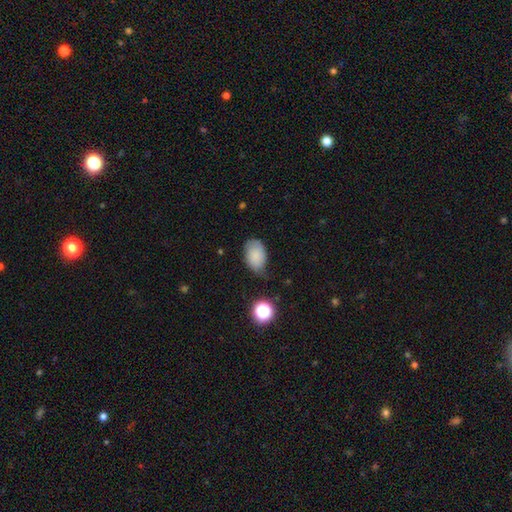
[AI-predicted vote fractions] This appears to be a smooth galaxy with no disk features (79%) that is in between round and cigar-shaped (84%). Merging: none (53%).